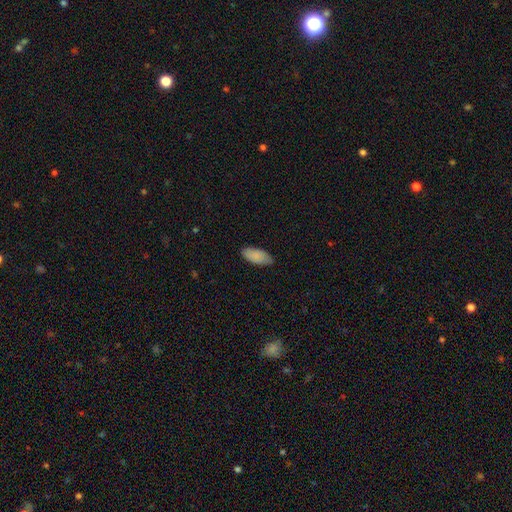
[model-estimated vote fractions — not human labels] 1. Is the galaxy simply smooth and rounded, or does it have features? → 87% smooth, 7% featured or disk, 6% star or artifact.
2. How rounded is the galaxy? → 89% in between, 9% cigar-shaped, 2% round.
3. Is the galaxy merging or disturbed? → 82% none, 15% minor disturbance, 2% major disturbance, 1% merger.